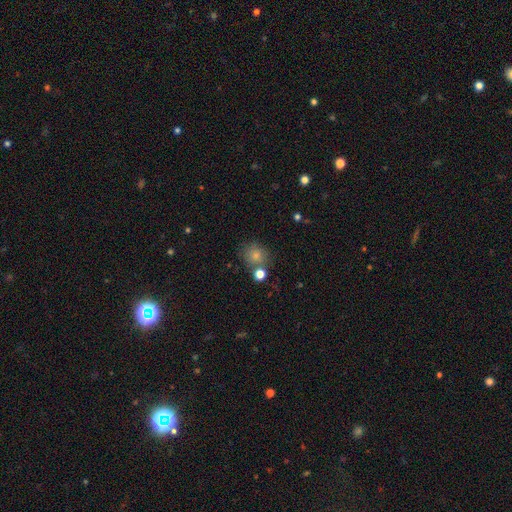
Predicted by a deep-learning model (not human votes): smooth-or-featured: smooth: 78% | star or artifact: 13% | featured or disk: 9%
  how-rounded: round: 81% | in between: 18% | cigar-shaped: 1%
  merging: none: 66% | merger: 15% | minor disturbance: 13% | major disturbance: 5%